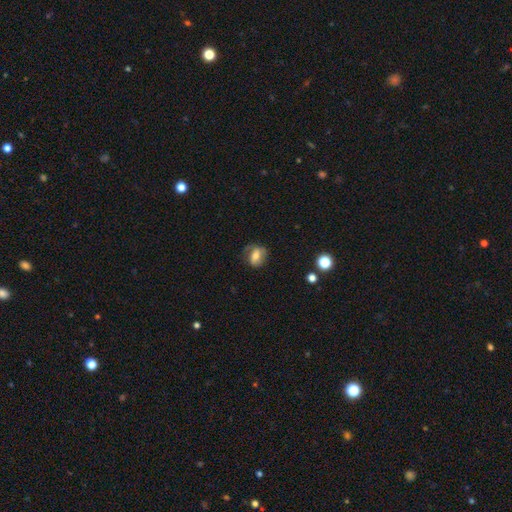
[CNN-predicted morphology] smooth 55%, featured or disk 35%, star or artifact 9%. Down the decision tree: how rounded — in between (63%); merging — none (62%).